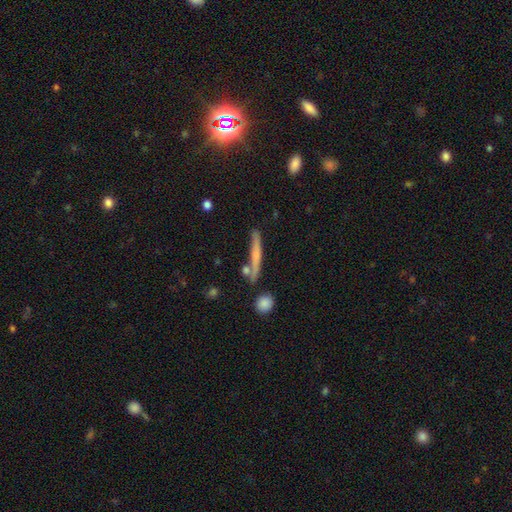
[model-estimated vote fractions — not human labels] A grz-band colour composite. It shows a smooth galaxy with no disk features (50%) that is cigar-shaped (92%). Merging: none (75%).